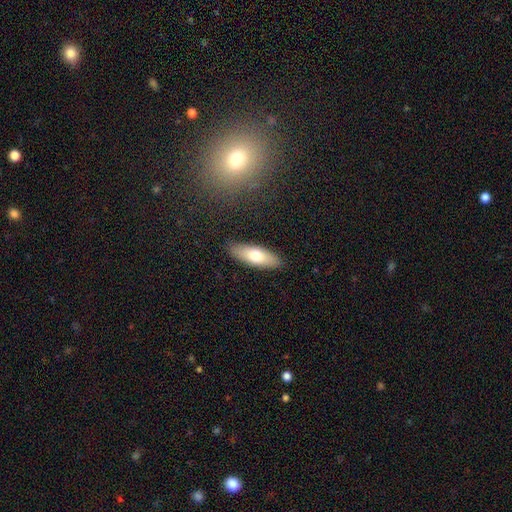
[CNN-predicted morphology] This appears to be a smooth galaxy with no disk features (70%) that is in between round and cigar-shaped (64%). Merging: none (89%).